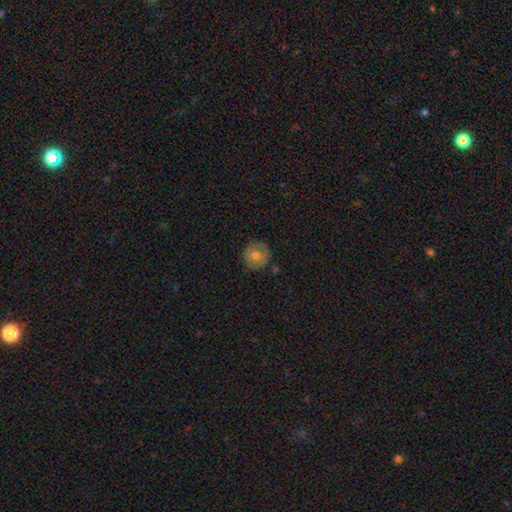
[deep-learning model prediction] The model was most divided on "smooth or featured": smooth: 69%, featured or disk: 22%, star or artifact: 9%. More confident: how rounded — round (94%); merging — none (85%).